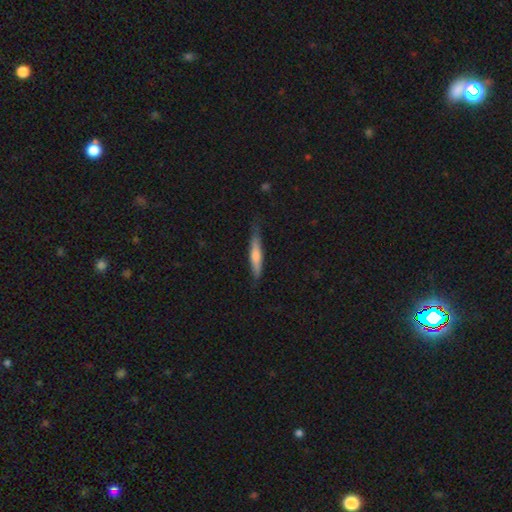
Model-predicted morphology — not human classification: Smooth or featured: smooth — 56% (featured or disk — 39%)
How rounded: cigar-shaped — 90% (in between — 8%)
Merging: none — 80% (minor disturbance — 16%)